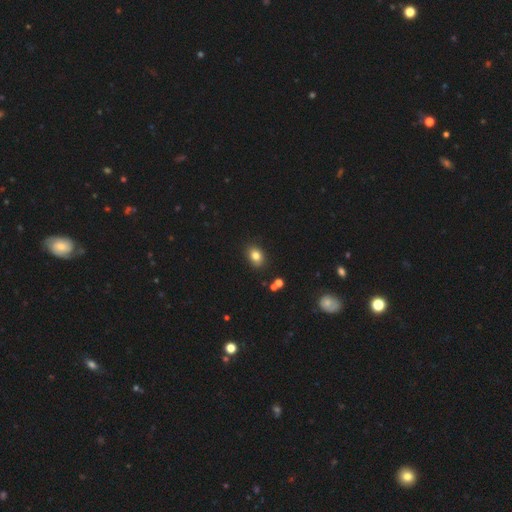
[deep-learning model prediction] Morphology: type=smooth (81%); roundness=in between (65%); merging=none (85%).